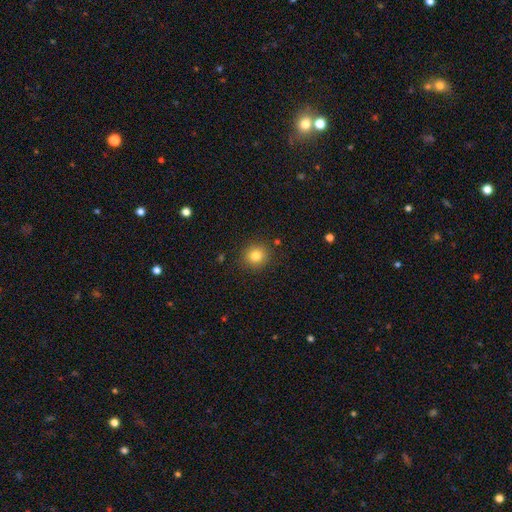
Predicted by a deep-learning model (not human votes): Smooth or featured? smooth (82%)
How rounded? round (86%)
Merging? none (88%)